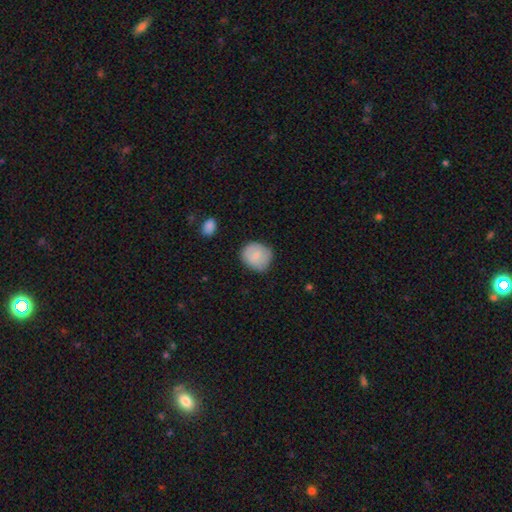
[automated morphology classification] type=smooth (75%); roundness=round (78%); merging=none (72%).